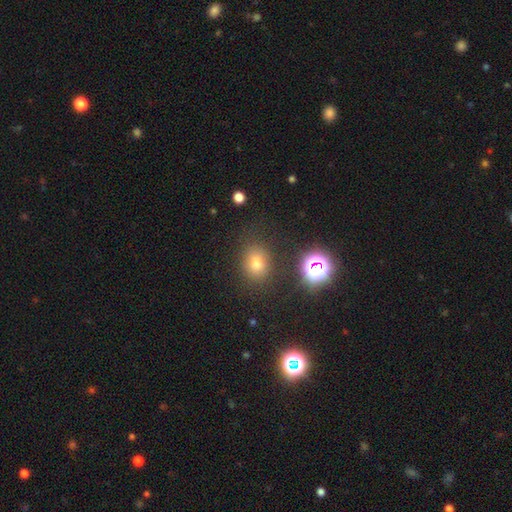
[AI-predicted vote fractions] The model was most divided on "how rounded": round: 53%, in between: 46%, cigar-shaped: 1%. More confident: merging — none (83%); smooth or featured — smooth (67%).